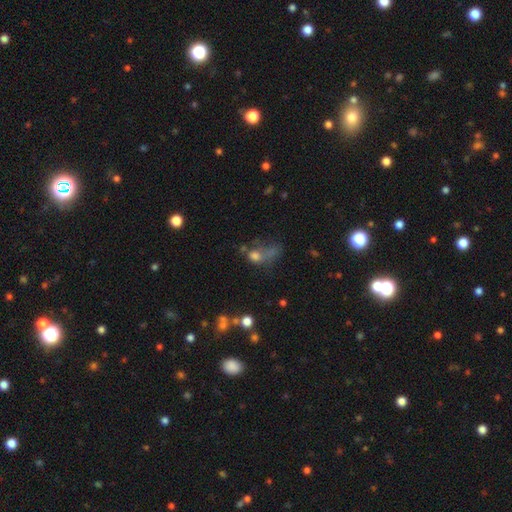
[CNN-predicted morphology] Smooth or featured: smooth — 57% (star or artifact — 23%)
How rounded: in between — 50% (round — 46%)
Merging: major disturbance — 35% (none — 29%)